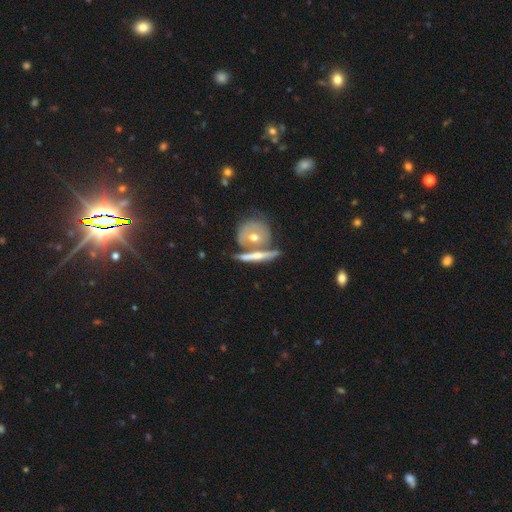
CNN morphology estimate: A featured or disk galaxy (56%) viewed edge-on (81%). Merging: none (53%).